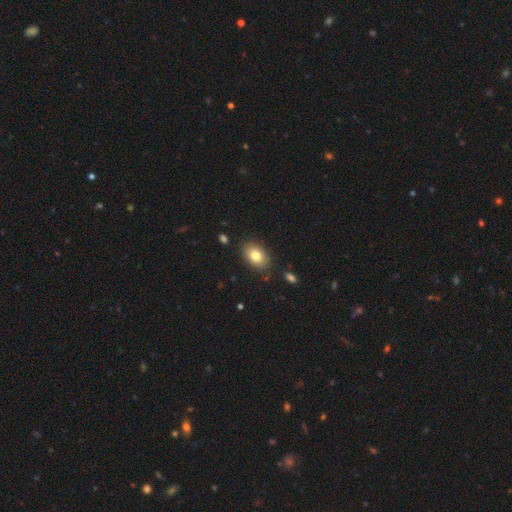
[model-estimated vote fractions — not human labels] A smooth galaxy with no disk features (81%) that is in between round and cigar-shaped (83%). Merging: none (86%).